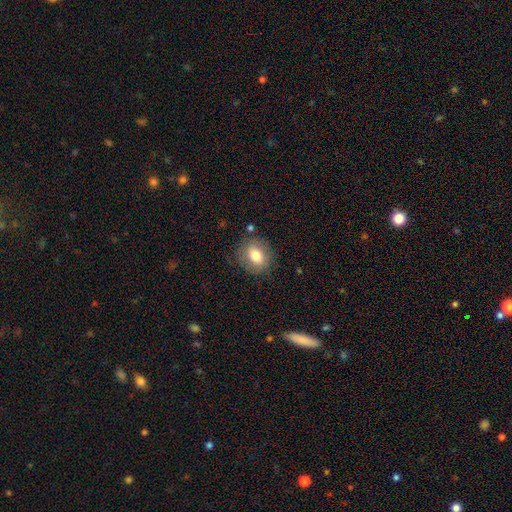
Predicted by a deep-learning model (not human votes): Smooth or featured? smooth (75%)
How rounded? round (62%)
Merging? none (81%)